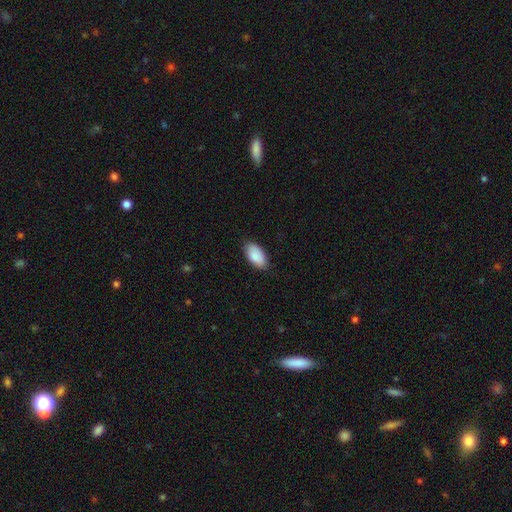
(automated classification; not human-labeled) This appears to be a smooth galaxy with no disk features (88%) that is in between round and cigar-shaped (95%). Merging: none (84%).